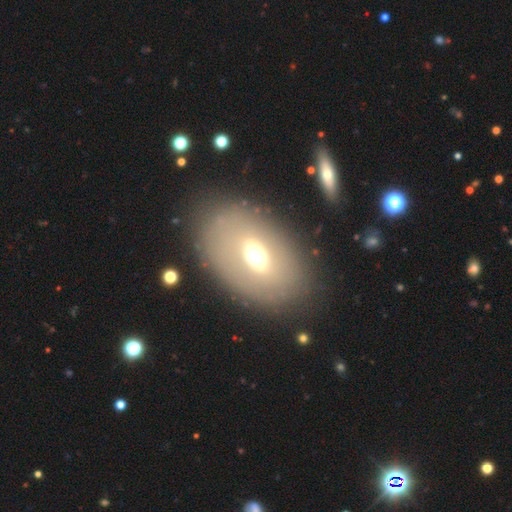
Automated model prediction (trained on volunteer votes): A smooth galaxy with no disk features (49%). Merging: none (79%).